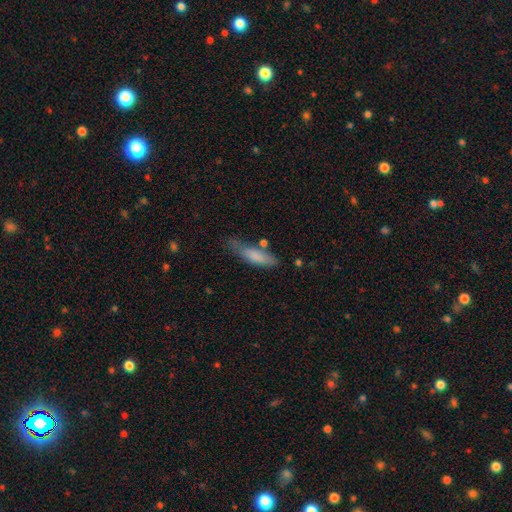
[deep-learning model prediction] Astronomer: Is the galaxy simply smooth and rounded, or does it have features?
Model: smooth — 78%.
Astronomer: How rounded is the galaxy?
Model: cigar-shaped — 57% (runner-up: in between, 41%).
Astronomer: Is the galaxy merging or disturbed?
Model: none — 49% (runner-up: minor disturbance, 30%).